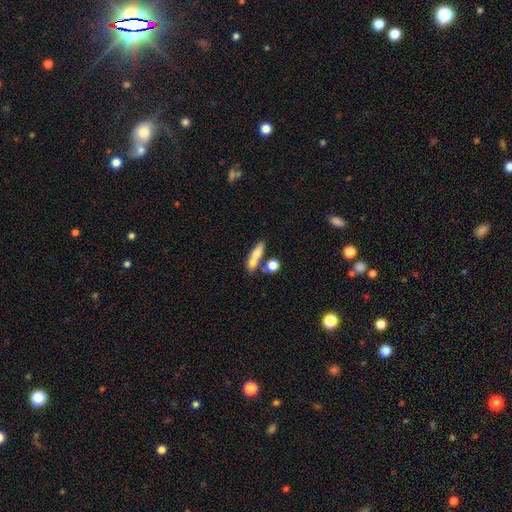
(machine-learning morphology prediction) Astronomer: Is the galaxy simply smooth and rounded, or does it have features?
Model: smooth — 71%.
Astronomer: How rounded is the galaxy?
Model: cigar-shaped — 45% (runner-up: in between, 44%).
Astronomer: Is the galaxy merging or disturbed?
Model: none — 44% (runner-up: merger, 37%).